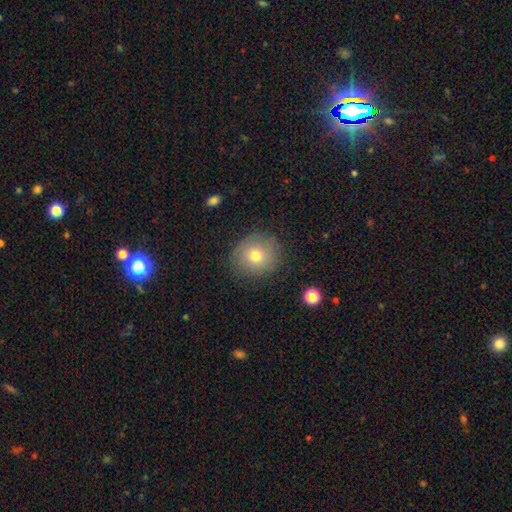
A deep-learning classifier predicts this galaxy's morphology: This is likely a smooth galaxy (73%). How rounded: clearly round (87%). Merging: clearly none (83%).